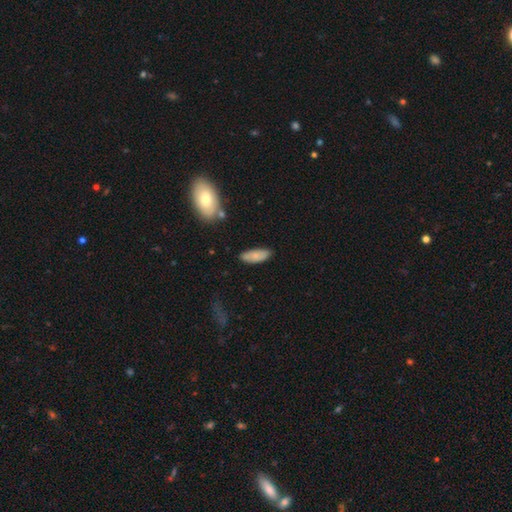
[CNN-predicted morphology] Smooth or featured?
  - smooth: 76% *
  - featured or disk: 17%
  - star or artifact: 7%
How rounded?
  - in between: 78% *
  - cigar-shaped: 20%
  - round: 2%
Merging?
  - none: 80% *
  - minor disturbance: 15%
  - major disturbance: 3%
  - merger: 2%